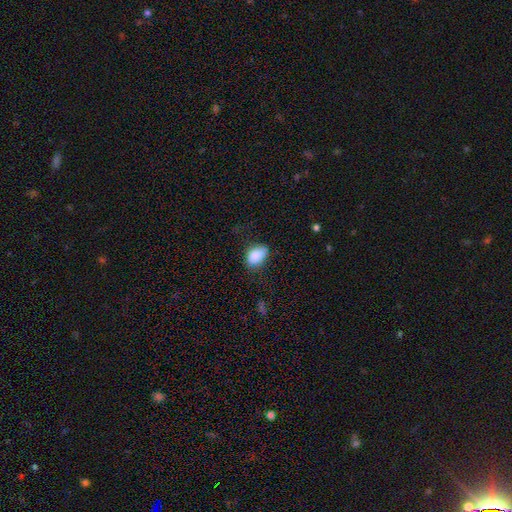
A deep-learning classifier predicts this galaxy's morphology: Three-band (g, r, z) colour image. It shows a smooth galaxy with no disk features (86%) that is in between round and cigar-shaped (88%). Merging: none (64%).